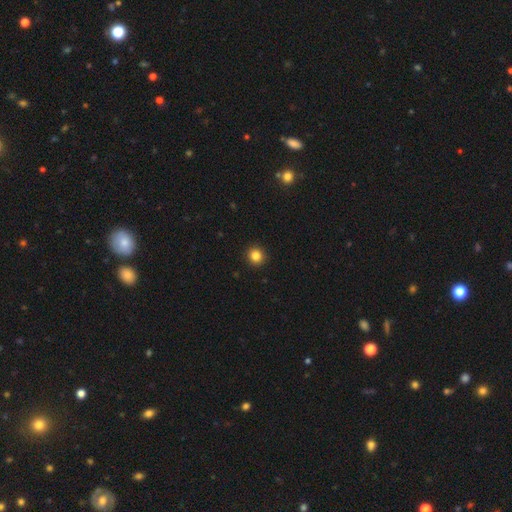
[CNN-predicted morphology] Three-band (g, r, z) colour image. It shows a smooth galaxy with no disk features (84%) that is round (93%). Merging: none (93%).